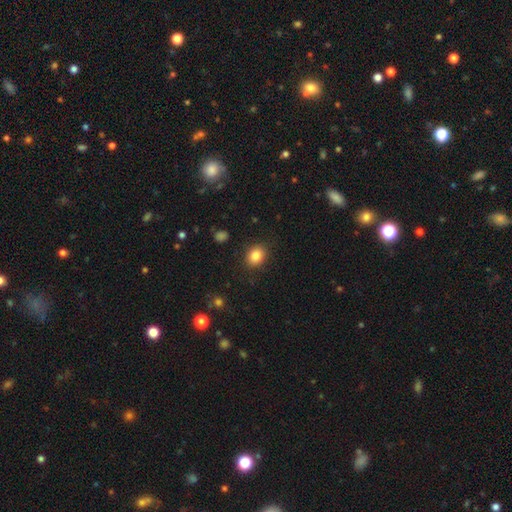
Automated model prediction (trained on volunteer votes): Smooth or featured: smooth — 85% (star or artifact — 10%)
How rounded: in between — 52% (round — 47%)
Merging: none — 87% (minor disturbance — 9%)